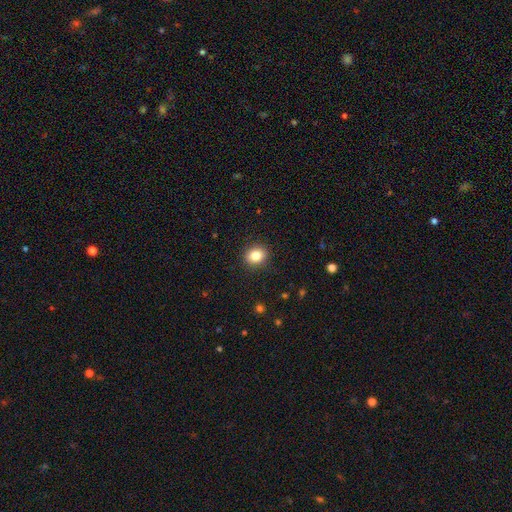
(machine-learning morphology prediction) smooth-or-featured: smooth: 83% | star or artifact: 10% | featured or disk: 7%
  how-rounded: round: 69% | in between: 30% | cigar-shaped: 1%
  merging: none: 90% | minor disturbance: 7% | major disturbance: 2% | merger: 1%